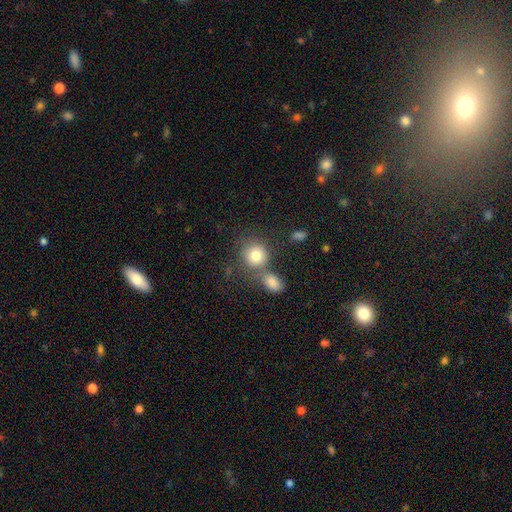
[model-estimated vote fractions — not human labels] Smooth or featured? Predicted: smooth (p=0.80). How rounded? Predicted: round (p=0.85). Merging? Predicted: none (p=0.56).